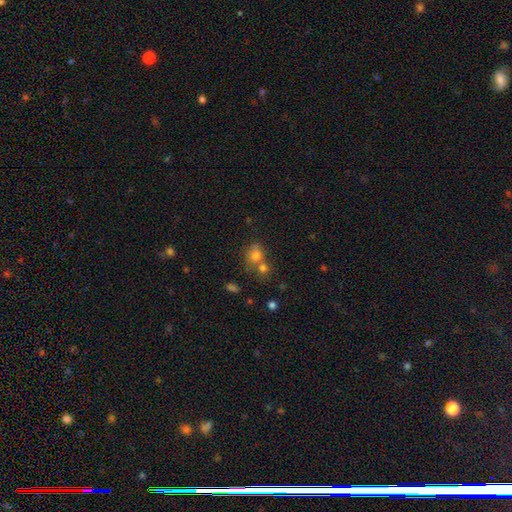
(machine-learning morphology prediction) Smooth or featured? smooth (73%)
How rounded? round (71%)
Merging? merger (44%)